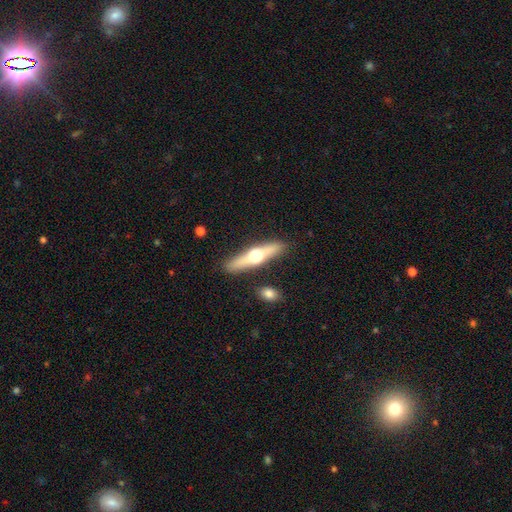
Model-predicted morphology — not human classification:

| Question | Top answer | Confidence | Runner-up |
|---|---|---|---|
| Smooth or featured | featured or disk | 66% | smooth (28%) |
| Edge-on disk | yes | 95% | no (5%) |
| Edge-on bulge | rounded | 96% | boxy (2%) |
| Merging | none | 86% | minor disturbance (8%) |